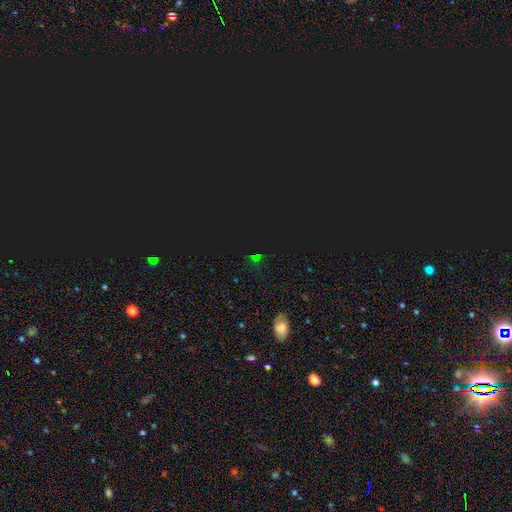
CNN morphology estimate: This is likely a star or artifact rather than a galaxy (74%).